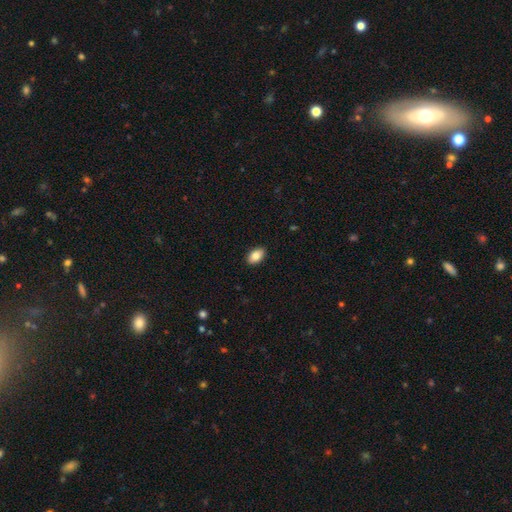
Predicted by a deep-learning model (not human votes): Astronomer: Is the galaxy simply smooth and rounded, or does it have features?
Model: smooth — 84%.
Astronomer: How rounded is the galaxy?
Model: in between — 91%.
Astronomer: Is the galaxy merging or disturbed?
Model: none — 89%.